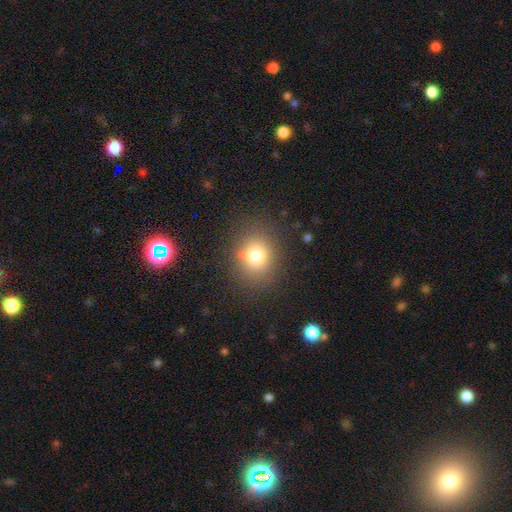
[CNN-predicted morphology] This appears to be a smooth galaxy with no disk features (76%) that is round (67%). Merging: none (81%).